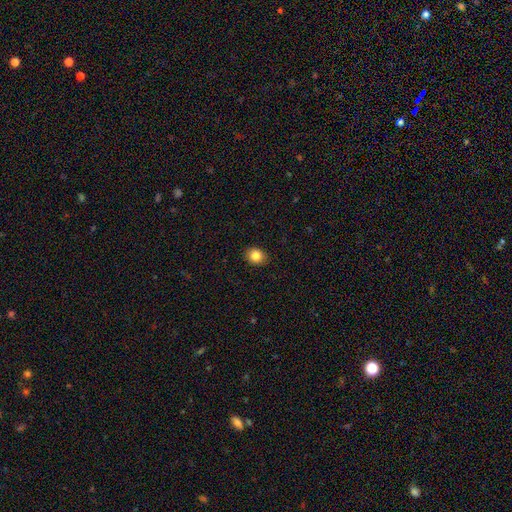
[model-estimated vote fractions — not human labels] Overall: smooth (84%). How rounded: round (55%; in between 45%). Merging: none (90%).